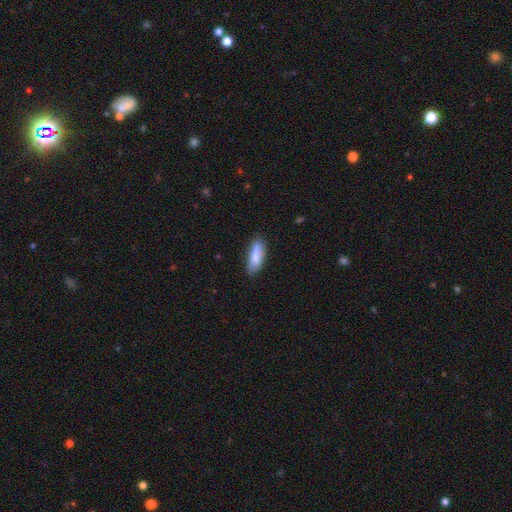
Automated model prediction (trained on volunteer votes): smooth-or-featured: smooth: 80% | featured or disk: 13% | star or artifact: 7%
  how-rounded: in between: 59% | cigar-shaped: 39% | round: 2%
  merging: none: 72% | minor disturbance: 21% | major disturbance: 4% | merger: 2%